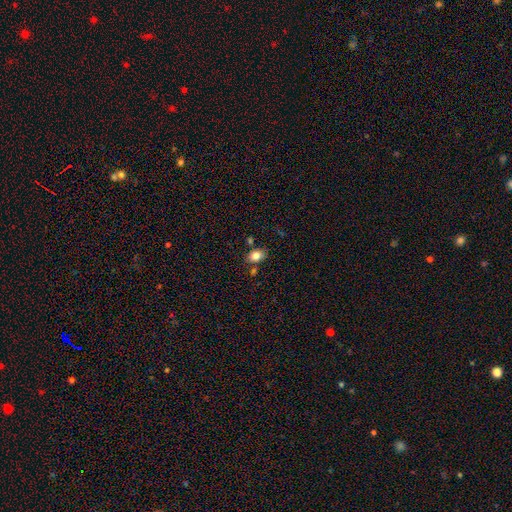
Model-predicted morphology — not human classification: Smooth or featured?
  - smooth: 81% *
  - star or artifact: 10%
  - featured or disk: 9%
How rounded?
  - in between: 72% *
  - round: 27%
  - cigar-shaped: 1%
Merging?
  - none: 73% *
  - minor disturbance: 15%
  - merger: 9%
  - major disturbance: 3%